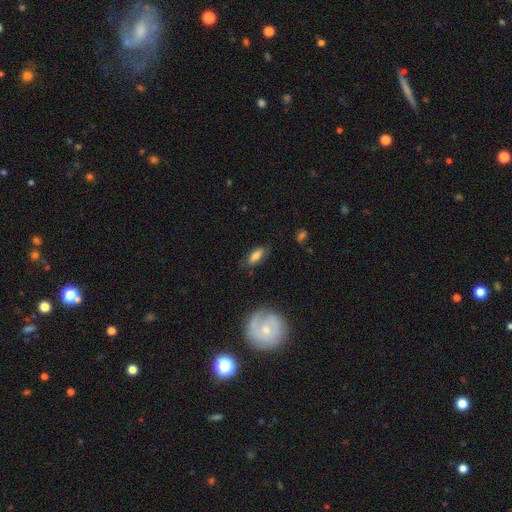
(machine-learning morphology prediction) The model was most divided on "merging": none: 76%, minor disturbance: 17%, major disturbance: 5%, merger: 2%. More confident: how rounded — in between (79%); smooth or featured — smooth (77%).